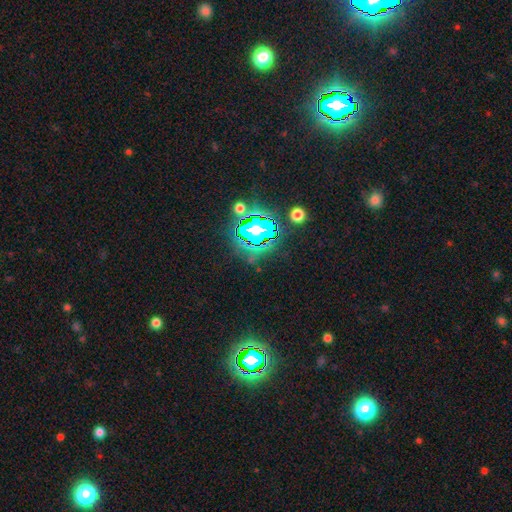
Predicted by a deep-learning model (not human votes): smooth-or-featured: star or artifact: 73% | smooth: 16% | featured or disk: 11%